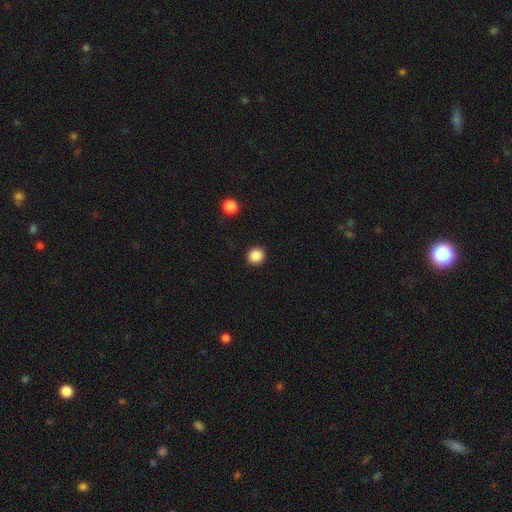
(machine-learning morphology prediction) smooth 87%, star or artifact 10%, featured or disk 3%. Down the decision tree: how rounded — round (92%); merging — none (92%).